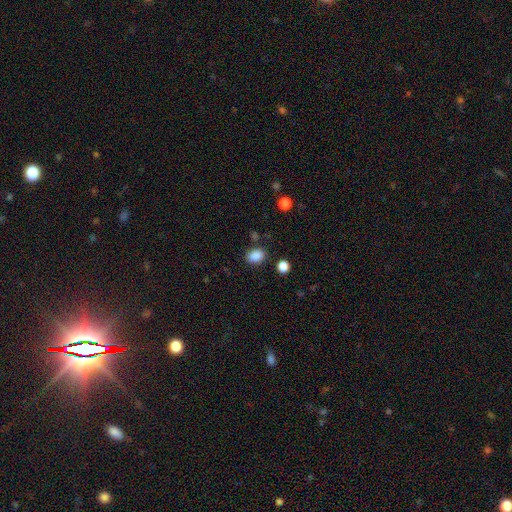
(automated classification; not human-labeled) This is clearly a smooth galaxy (87%). How rounded: likely in between (69%). Merging: clearly none (81%).